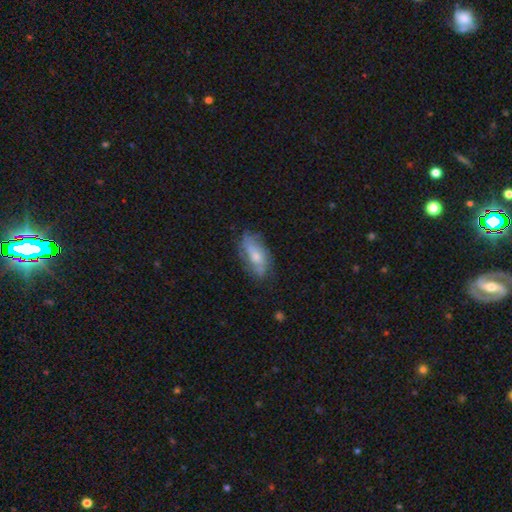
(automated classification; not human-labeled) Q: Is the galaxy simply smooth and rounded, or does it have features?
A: smooth — 50%.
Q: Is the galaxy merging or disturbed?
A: none — 64%.